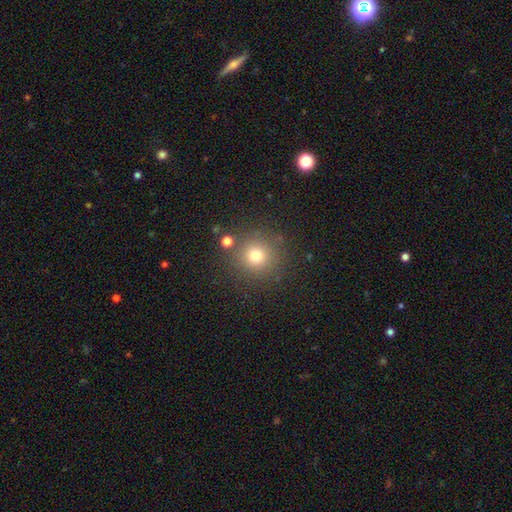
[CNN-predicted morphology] smooth 72%, star or artifact 18%, featured or disk 10%. Down the decision tree: how rounded — round (94%); merging — none (84%).